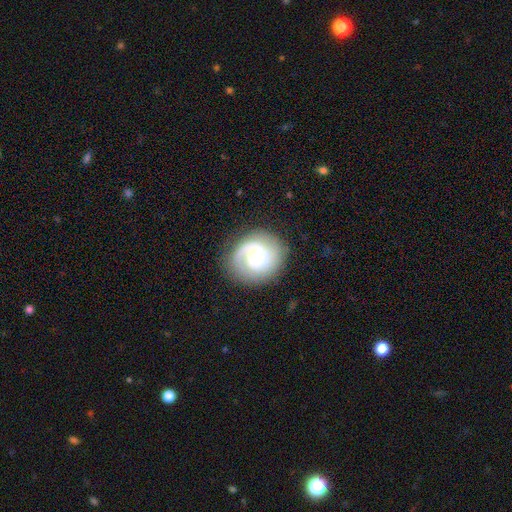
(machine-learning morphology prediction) A featured or disk galaxy (75%) with a weak bar (45%), 2 (49%) tight (44%) spiral arms (92%) and a small central bulge (49%). Merging: none (77%).